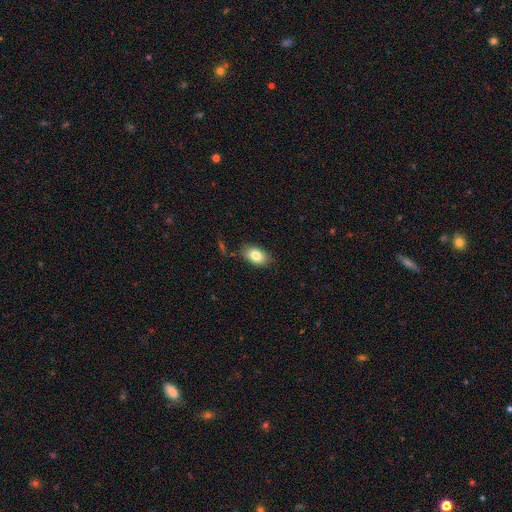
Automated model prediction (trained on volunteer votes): Smooth or featured: smooth — 82% (featured or disk — 10%)
How rounded: in between — 87% (round — 11%)
Merging: none — 80% (minor disturbance — 15%)